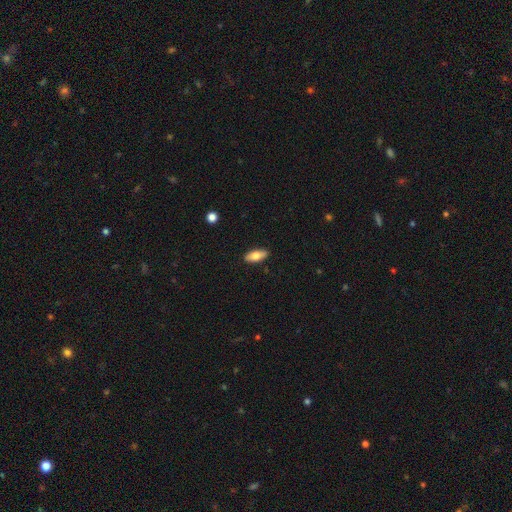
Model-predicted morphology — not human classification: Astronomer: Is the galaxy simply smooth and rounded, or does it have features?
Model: smooth — 75%.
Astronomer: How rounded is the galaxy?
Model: in between — 81%.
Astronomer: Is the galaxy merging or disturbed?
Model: none — 88%.